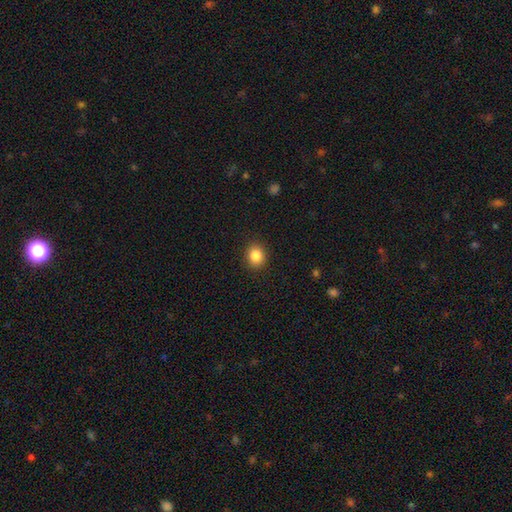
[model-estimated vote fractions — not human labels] Smooth or featured? smooth (86%)
How rounded? round (72%)
Merging? none (90%)